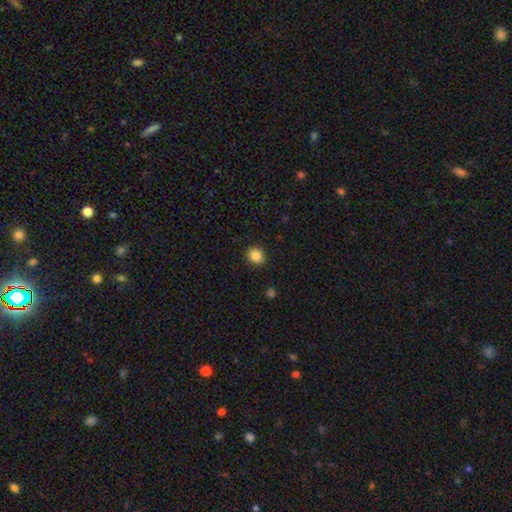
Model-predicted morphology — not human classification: Smooth or featured? Predicted: smooth (p=0.86). How rounded? Predicted: round (p=0.73). Merging? Predicted: none (p=0.90).